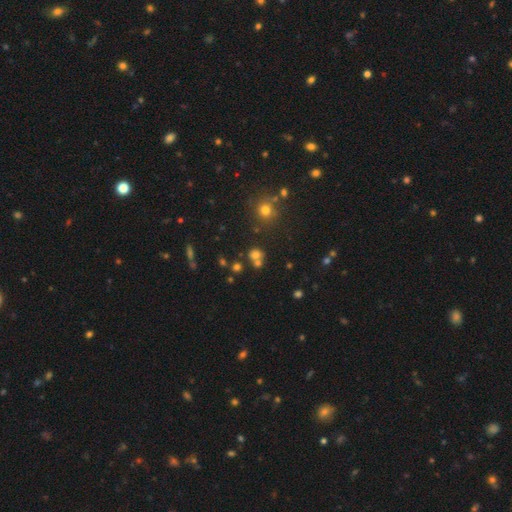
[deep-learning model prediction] Morphology: type=smooth (66%); roundness=round (80%); merging=none (53%).